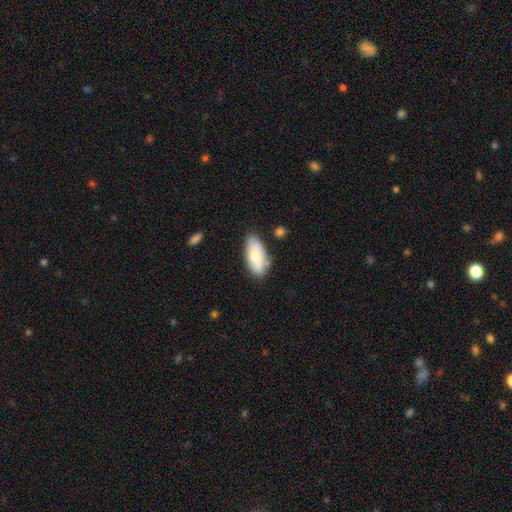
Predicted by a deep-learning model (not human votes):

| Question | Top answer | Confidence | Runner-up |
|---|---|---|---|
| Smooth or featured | smooth | 72% | featured or disk (21%) |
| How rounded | in between | 87% | cigar-shaped (11%) |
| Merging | none | 71% | minor disturbance (20%) |